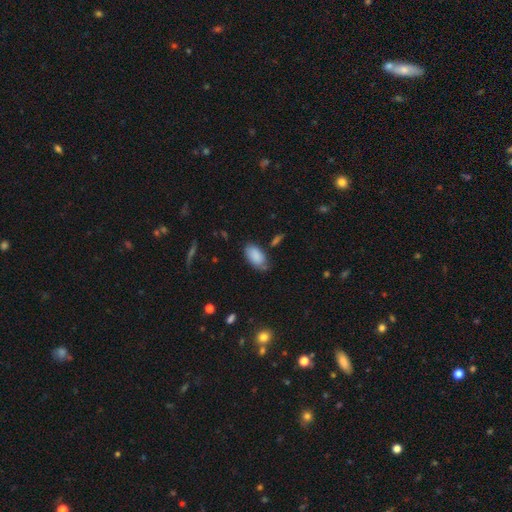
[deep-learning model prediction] Smooth or featured? smooth (87%)
How rounded? in between (95%)
Merging? none (70%)